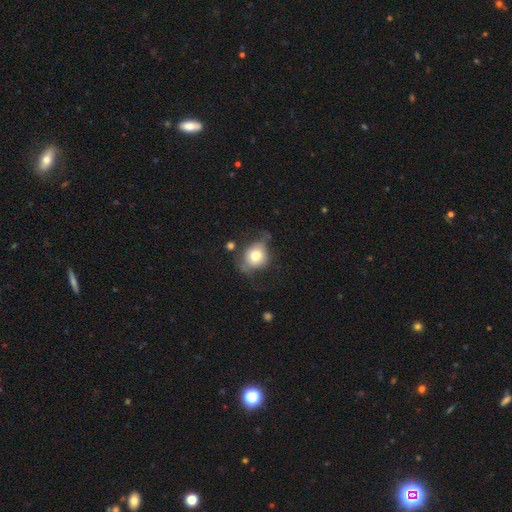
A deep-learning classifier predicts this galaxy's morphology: A smooth galaxy with no disk features (67%) that is round (72%). Merging: none (47%).